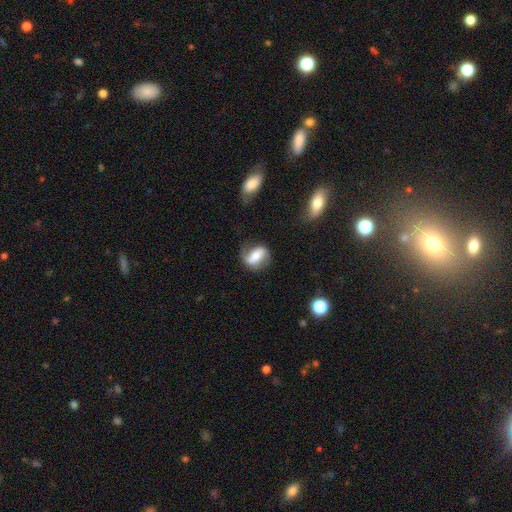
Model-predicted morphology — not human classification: Smooth or featured: featured or disk — 61% (smooth — 31%)
Edge-on disk: no — 93% (yes — 7%)
Bar: strong — 48% (weak — 29%)
Spiral arms: yes — 83% (no — 17%)
Bulge size: moderate — 53% (small — 28%)
Merging: none — 68% (minor disturbance — 20%)